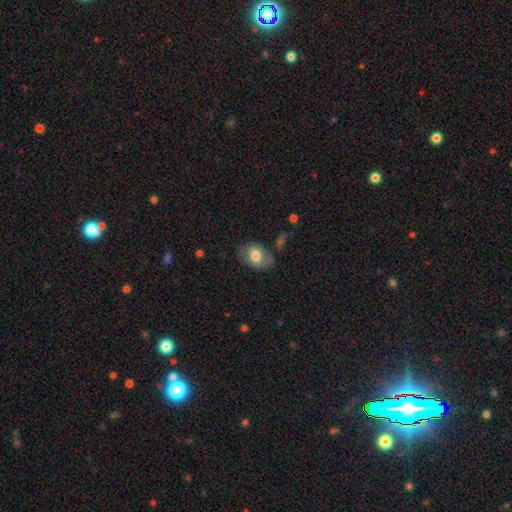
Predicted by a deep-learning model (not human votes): Smooth or featured? Predicted: smooth (p=0.61). How rounded? Predicted: in between (p=0.77). Merging? Predicted: none (p=0.63).